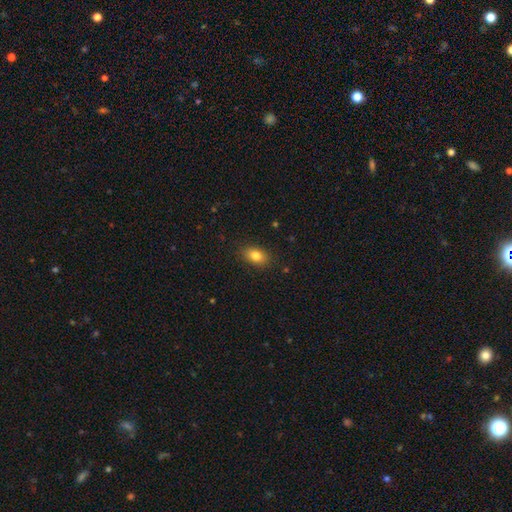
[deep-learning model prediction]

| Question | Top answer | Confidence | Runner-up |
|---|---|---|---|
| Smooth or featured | smooth | 82% | star or artifact (9%) |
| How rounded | in between | 83% | round (14%) |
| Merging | none | 87% | minor disturbance (10%) |